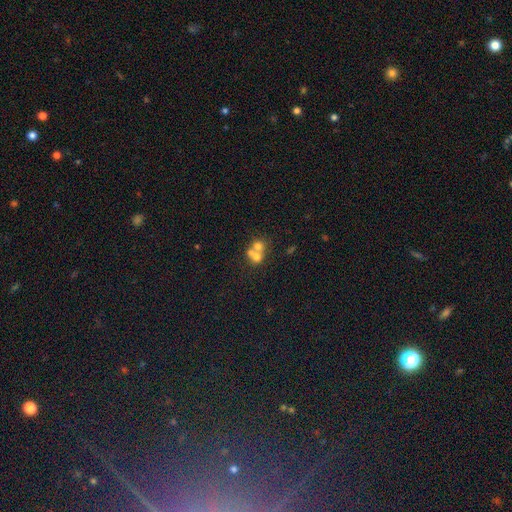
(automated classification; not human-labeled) Overall: smooth (59%; featured or disk 27%). How rounded: round (75%). Merging: merger (65%; none 27%).